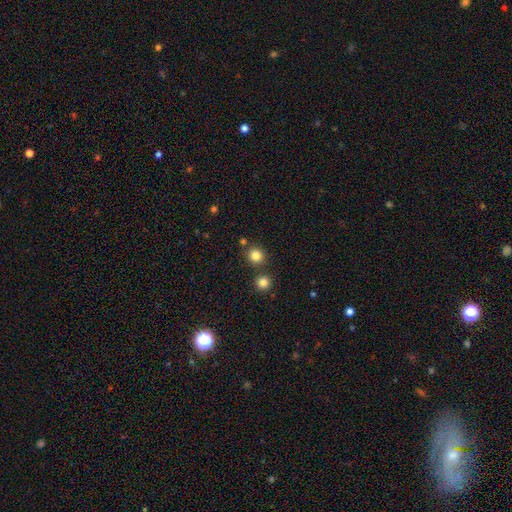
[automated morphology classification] Smooth or featured: smooth — 82% (star or artifact — 13%)
How rounded: round — 91% (in between — 9%)
Merging: none — 80% (merger — 10%)